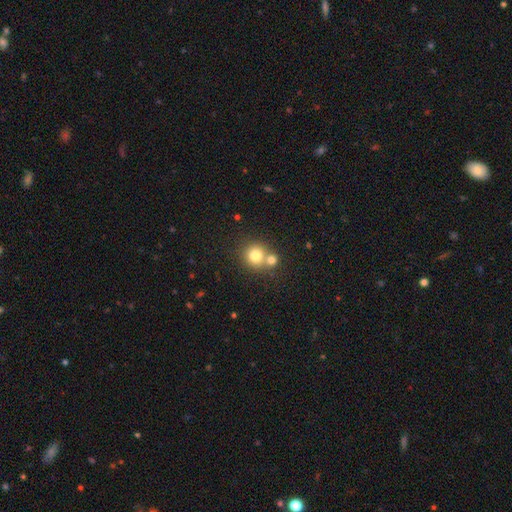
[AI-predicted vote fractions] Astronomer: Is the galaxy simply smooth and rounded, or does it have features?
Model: smooth — 77%.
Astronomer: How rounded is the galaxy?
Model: round — 90%.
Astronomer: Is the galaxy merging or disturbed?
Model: none — 54% (runner-up: merger, 37%).